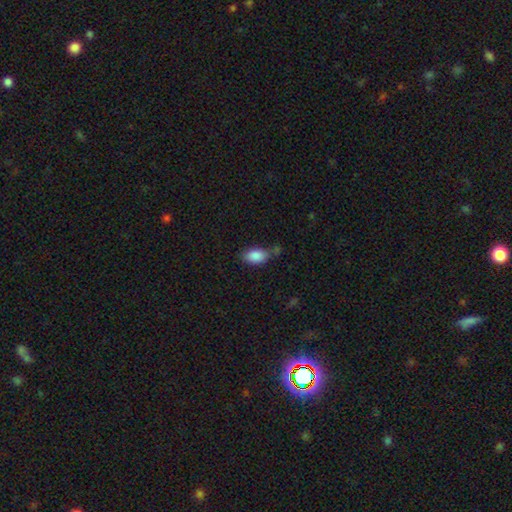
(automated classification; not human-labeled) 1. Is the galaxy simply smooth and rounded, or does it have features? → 87% smooth, 7% star or artifact, 6% featured or disk.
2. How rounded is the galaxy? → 91% in between, 7% round, 3% cigar-shaped.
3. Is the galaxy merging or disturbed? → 56% none, 25% minor disturbance, 12% merger, 7% major disturbance.